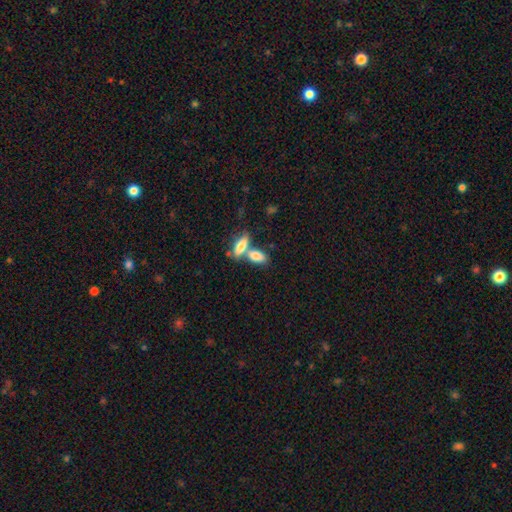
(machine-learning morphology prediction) Smooth or featured: smooth — 81% (featured or disk — 13%)
How rounded: in between — 84% (cigar-shaped — 12%)
Merging: merger — 52% (none — 36%)